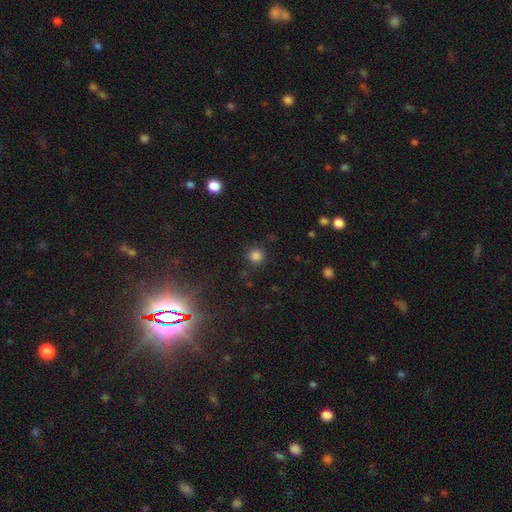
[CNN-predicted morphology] Smooth or featured?
  - smooth: 81% *
  - star or artifact: 15%
  - featured or disk: 4%
How rounded?
  - round: 93% *
  - in between: 6%
  - cigar-shaped: 1%
Merging?
  - none: 86% *
  - minor disturbance: 8%
  - major disturbance: 4%
  - merger: 3%